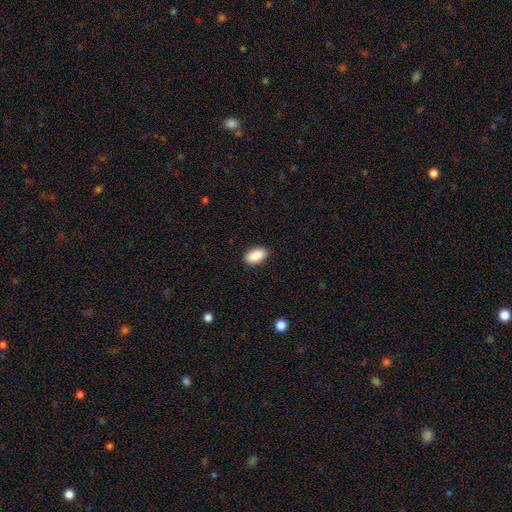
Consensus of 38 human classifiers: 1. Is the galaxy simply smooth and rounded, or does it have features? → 89% smooth, 8% featured or disk, 3% star or artifact.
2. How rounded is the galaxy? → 94% in between, 6% round, 0% cigar-shaped.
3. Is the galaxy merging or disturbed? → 95% none, 5% minor disturbance, 0% major disturbance, 0% merger.